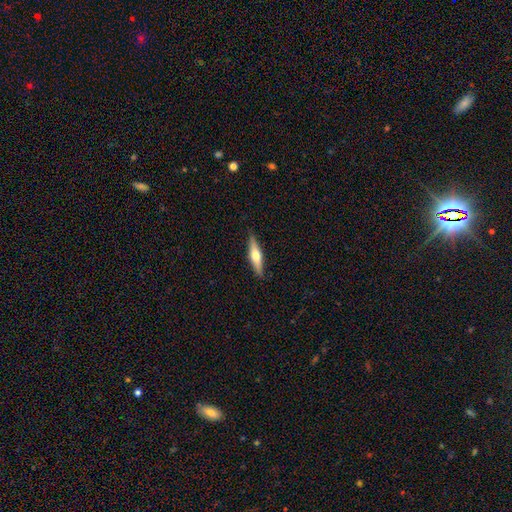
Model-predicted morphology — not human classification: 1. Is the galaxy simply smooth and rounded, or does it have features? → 54% featured or disk, 40% smooth, 6% star or artifact.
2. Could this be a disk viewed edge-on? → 94% yes, 6% no.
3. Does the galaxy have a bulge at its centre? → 92% rounded, 5% boxy, 3% none.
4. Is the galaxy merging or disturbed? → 88% none, 9% minor disturbance, 2% major disturbance, 1% merger.